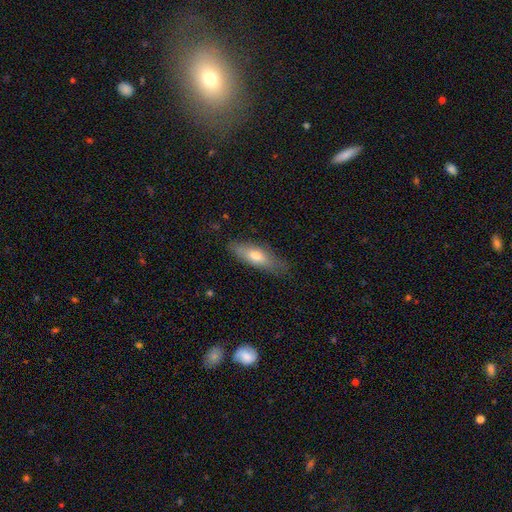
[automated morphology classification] Smooth or featured? Predicted: smooth (p=0.68). How rounded? Predicted: in between (p=0.58). Merging? Predicted: none (p=0.74).